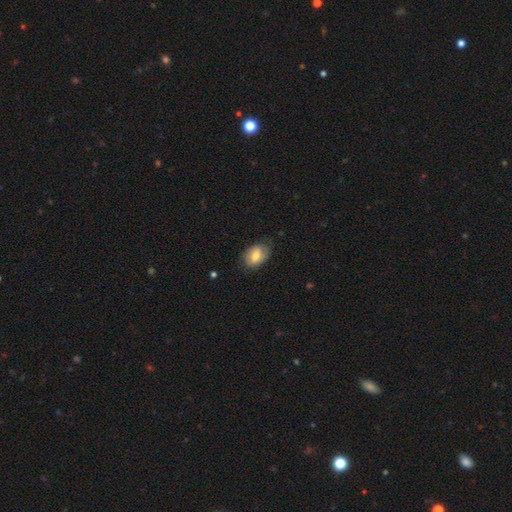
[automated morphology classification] Smooth or featured?
  - smooth: 68% *
  - featured or disk: 25%
  - star or artifact: 7%
How rounded?
  - in between: 83% *
  - round: 15%
  - cigar-shaped: 1%
Merging?
  - none: 73% *
  - minor disturbance: 21%
  - major disturbance: 5%
  - merger: 1%